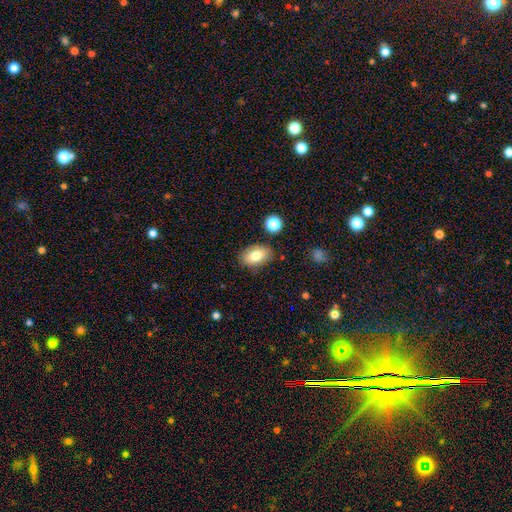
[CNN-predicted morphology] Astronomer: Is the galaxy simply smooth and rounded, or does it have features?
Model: smooth — 79%.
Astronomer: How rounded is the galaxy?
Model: in between — 90%.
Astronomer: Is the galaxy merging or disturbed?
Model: none — 82%.